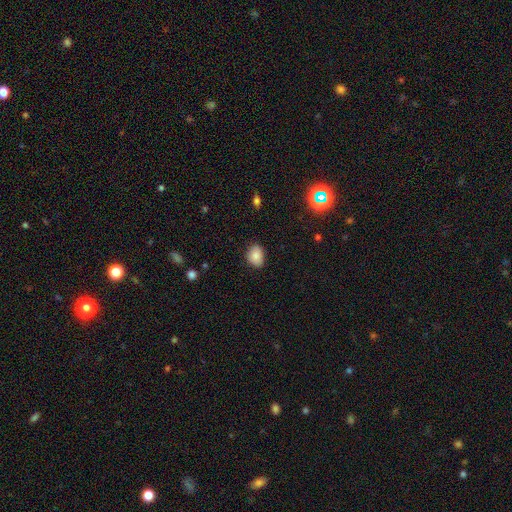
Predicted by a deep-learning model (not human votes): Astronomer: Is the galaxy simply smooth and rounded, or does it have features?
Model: smooth — 85%.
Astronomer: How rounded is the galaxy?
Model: in between — 72%.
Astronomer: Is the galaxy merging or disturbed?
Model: none — 83%.